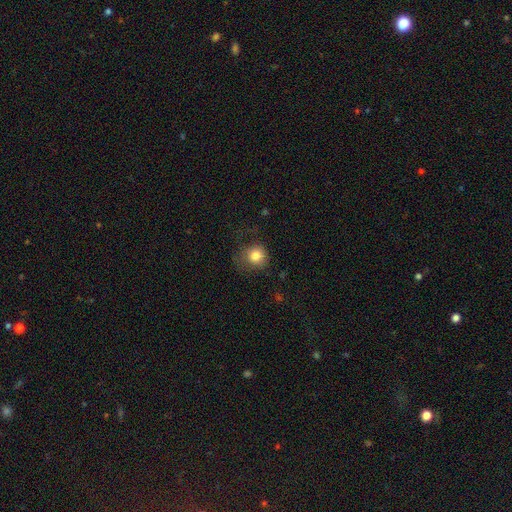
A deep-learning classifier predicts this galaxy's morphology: Overall: smooth (82%). How rounded: round (85%). Merging: none (60%; minor disturbance 22%).